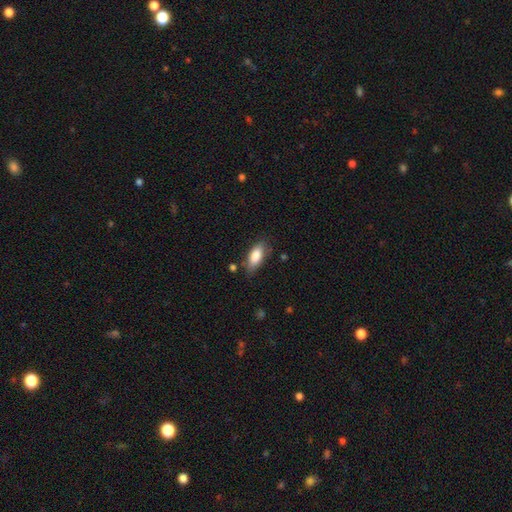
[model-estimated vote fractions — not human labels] Morphology: type=smooth (84%); roundness=in between (85%); merging=none (73%).